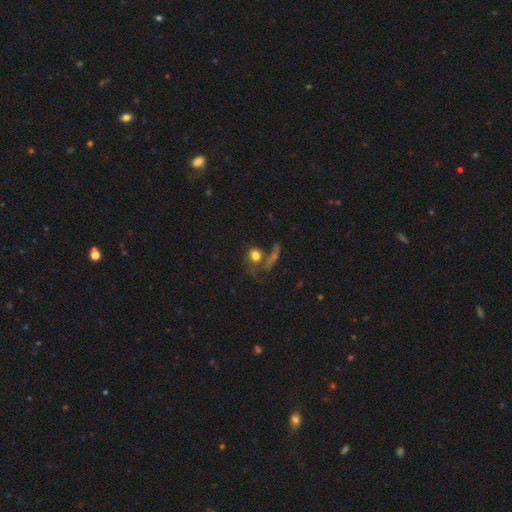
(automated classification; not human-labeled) This is likely a smooth galaxy (68%). How rounded: likely round (75%). Merging: marginally none (37%).